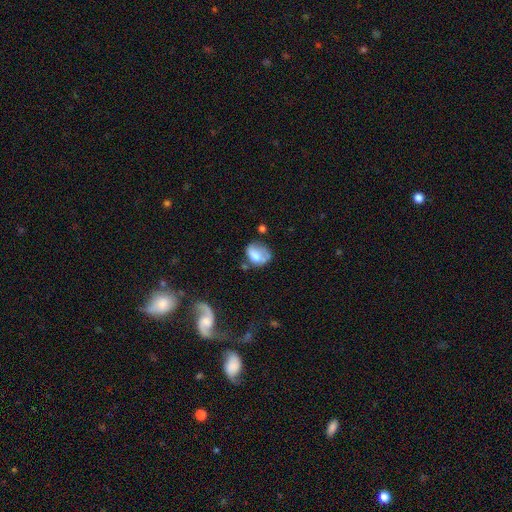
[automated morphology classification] A smooth galaxy with no disk features (61%) that is in between round and cigar-shaped (56%).

Vote fractions:
- Smooth or featured? smooth: 61% / featured or disk: 29% / star or artifact: 9%
- How rounded? in between: 56% / round: 42% / cigar-shaped: 1%
- Merging? none: 37% / minor disturbance: 29% / major disturbance: 23% / merger: 11%